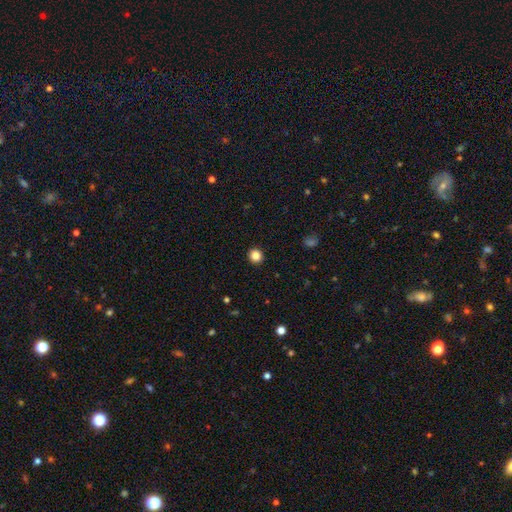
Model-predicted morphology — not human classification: Overall: smooth (86%). How rounded: round (92%). Merging: none (93%).